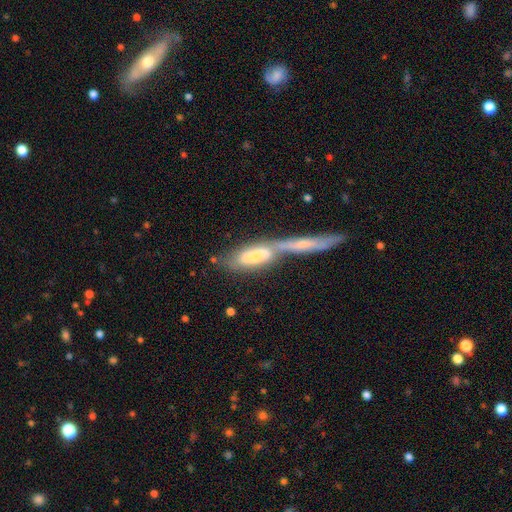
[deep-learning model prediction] smooth-or-featured: featured or disk: 48% | smooth: 42% | star or artifact: 10%
  merging: merger: 63% | none: 25% | minor disturbance: 8% | major disturbance: 5%